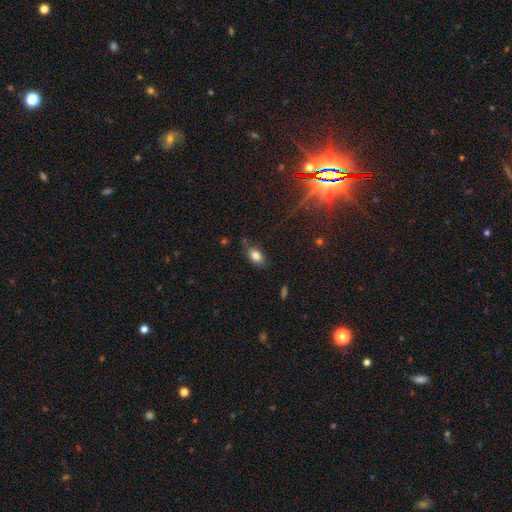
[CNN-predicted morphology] A smooth galaxy with no disk features (82%) that is in between round and cigar-shaped (88%).

Vote fractions:
- Smooth or featured? smooth: 82% / star or artifact: 9% / featured or disk: 8%
- How rounded? in between: 88% / round: 9% / cigar-shaped: 3%
- Merging? none: 73% / minor disturbance: 20% / major disturbance: 4% / merger: 3%